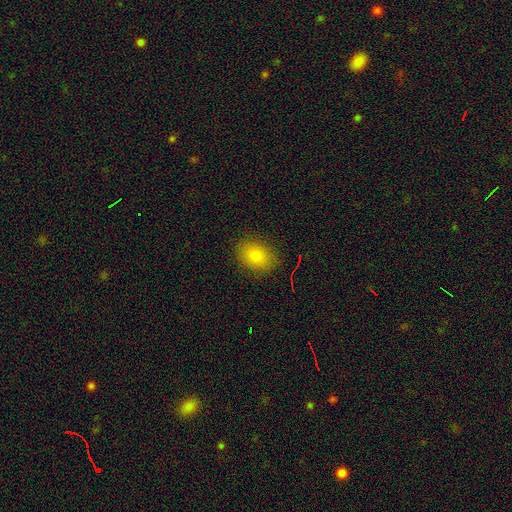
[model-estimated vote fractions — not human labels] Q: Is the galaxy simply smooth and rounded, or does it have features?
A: smooth — 79%.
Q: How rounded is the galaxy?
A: in between — 70%.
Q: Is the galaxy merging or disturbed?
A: none — 85%.